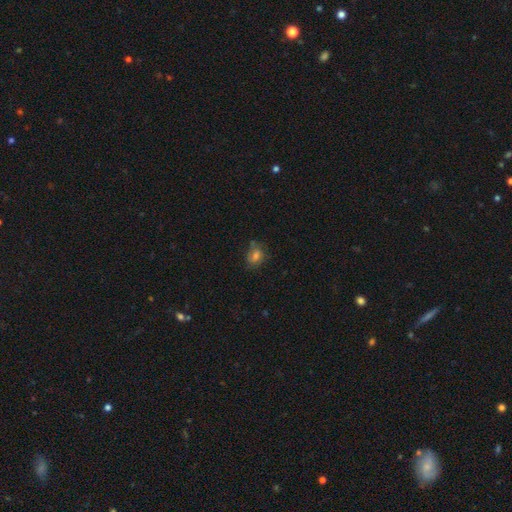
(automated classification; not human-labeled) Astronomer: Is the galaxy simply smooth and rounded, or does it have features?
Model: smooth — 62%.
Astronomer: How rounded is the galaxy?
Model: in between — 49%, tied with round at 49%.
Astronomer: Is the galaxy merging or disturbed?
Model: none — 63%.